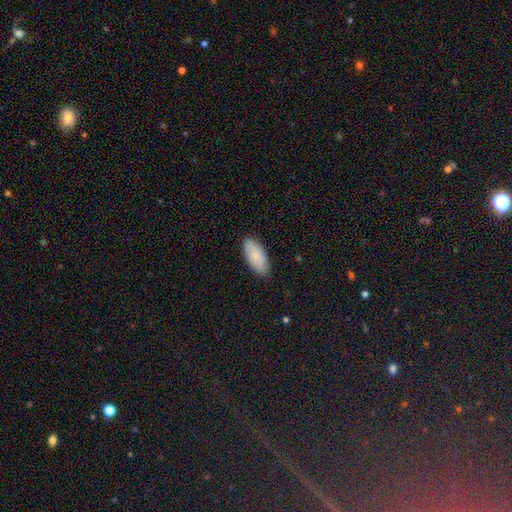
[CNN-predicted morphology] type=smooth (81%); roundness=in between (88%); merging=none (85%).